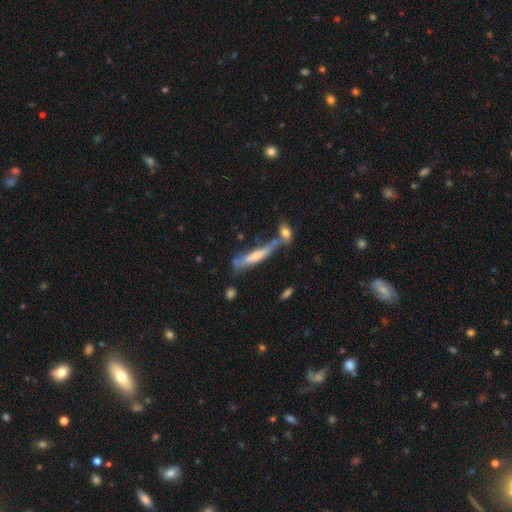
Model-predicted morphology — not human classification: This is possibly a featured or disk galaxy (56%). It is clearly viewed edge-on (85%). Merging: possibly none (52%).